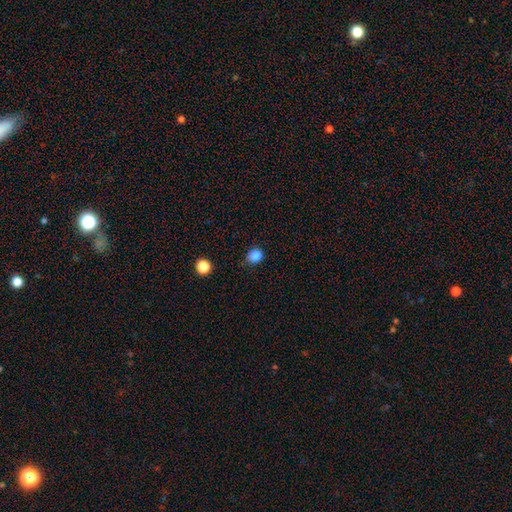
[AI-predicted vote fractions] The model was most divided on "how rounded": round: 81%, in between: 18%, cigar-shaped: 1%. More confident: smooth or featured — smooth (84%); merging — none (82%).